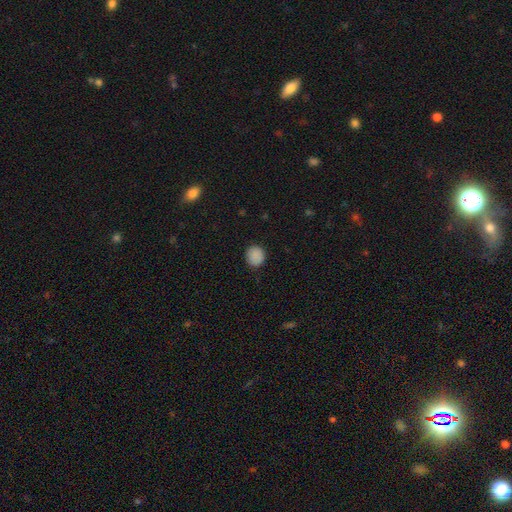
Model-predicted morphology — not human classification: This is clearly a smooth galaxy (88%). How rounded: clearly round (86%). Merging: clearly none (87%).